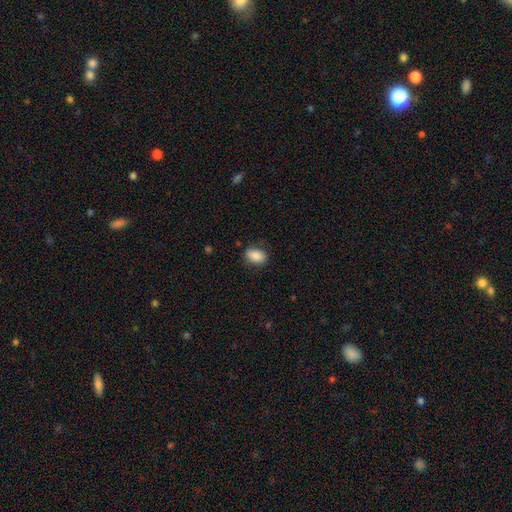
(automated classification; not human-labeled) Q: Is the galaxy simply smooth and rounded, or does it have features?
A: smooth — 87%.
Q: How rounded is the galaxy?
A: in between — 84%.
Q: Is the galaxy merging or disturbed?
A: none — 81%.